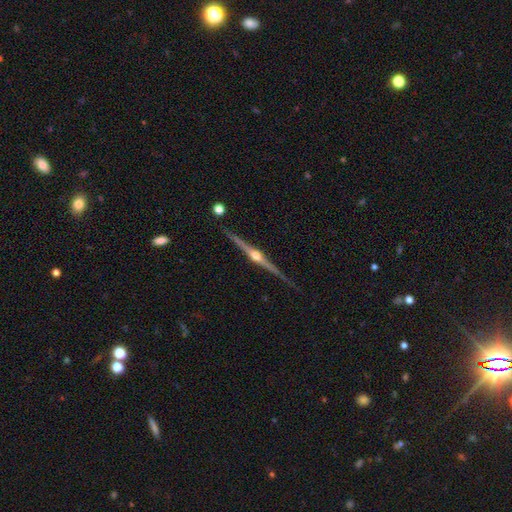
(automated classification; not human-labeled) smooth_or_featured: featured or disk (p=0.88) [alt: smooth p=0.07]
disk_edge_on: yes (p=0.99) [alt: no p=0.01]
edge_on_bulge: rounded (p=0.95) [alt: boxy p=0.03]
merging: none (p=0.86) [alt: minor disturbance p=0.10]